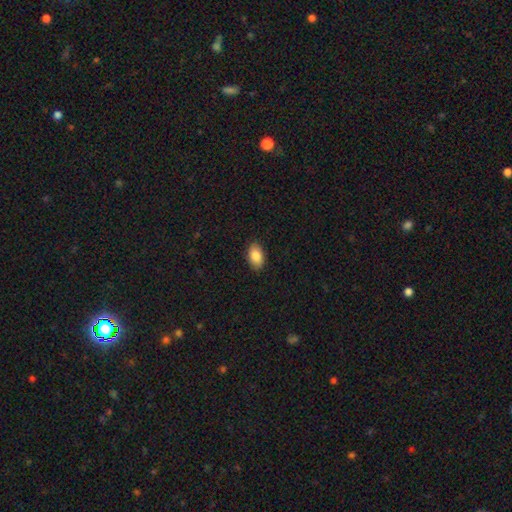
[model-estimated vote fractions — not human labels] smooth-or-featured: smooth: 86% | featured or disk: 7% | star or artifact: 7%
  how-rounded: in between: 92% | round: 6% | cigar-shaped: 2%
  merging: none: 89% | minor disturbance: 8% | major disturbance: 2% | merger: 1%